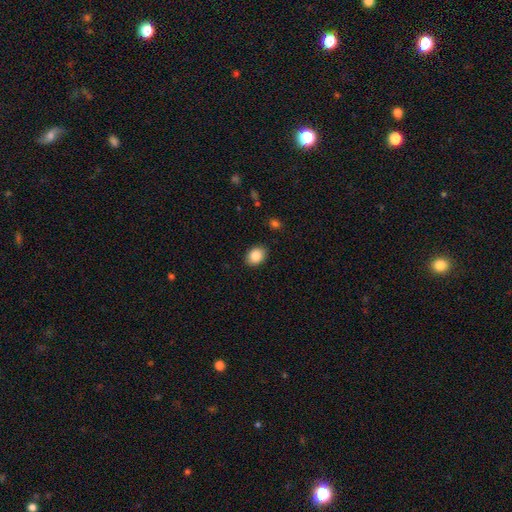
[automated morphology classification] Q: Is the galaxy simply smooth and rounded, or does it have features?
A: smooth — 87%.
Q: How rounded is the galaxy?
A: in between — 57%.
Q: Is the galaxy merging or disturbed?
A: none — 88%.